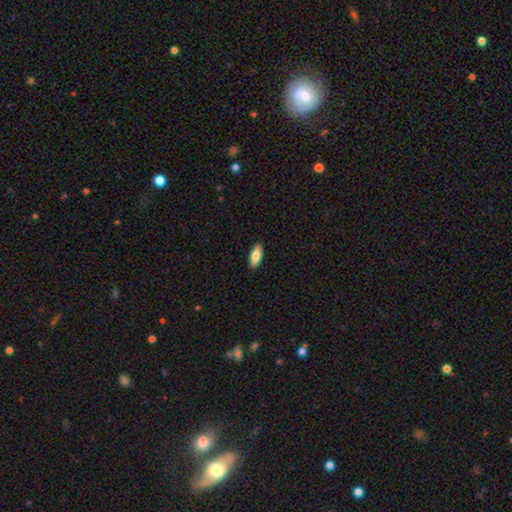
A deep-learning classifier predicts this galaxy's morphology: A smooth galaxy with no disk features (76%) that is in between round and cigar-shaped (75%). Merging: none (89%).